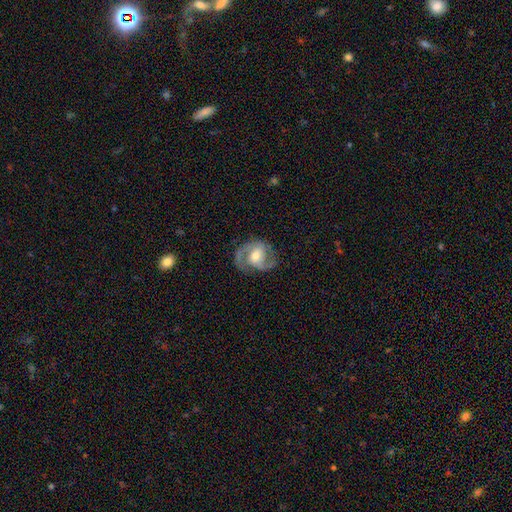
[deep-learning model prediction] Smooth or featured? featured or disk (83%)
Edge-on disk? no (97%)
Bar? no (43%)
Spiral arms? yes (94%)
Spiral winding? medium (56%)
Spiral arm count? 2 (88%)
Bulge size? moderate (67%)
Merging? none (75%)